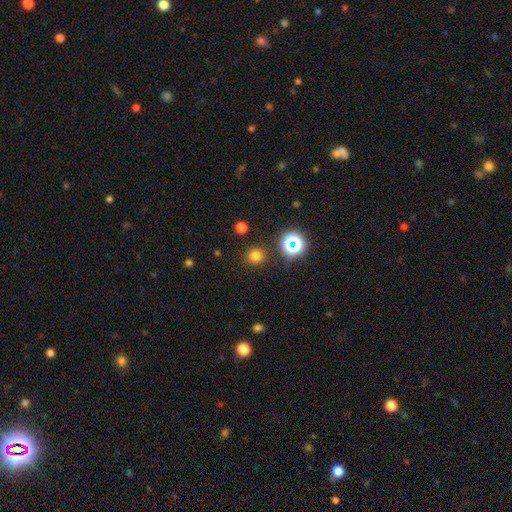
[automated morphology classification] The model was most divided on "smooth or featured": smooth: 74%, star or artifact: 21%, featured or disk: 5%. More confident: how rounded — round (93%); merging — none (88%).